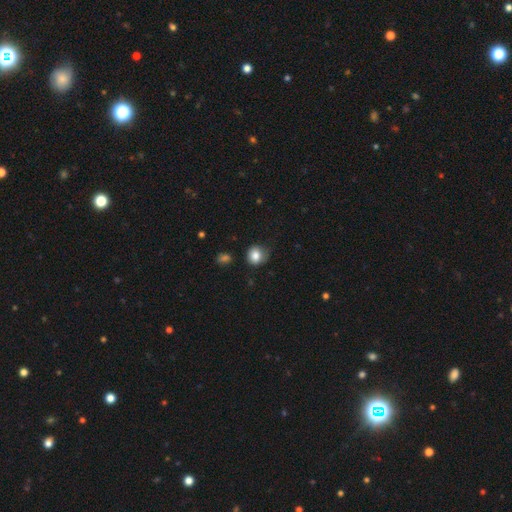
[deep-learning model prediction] Smooth or featured?
  - smooth: 83% *
  - star or artifact: 10%
  - featured or disk: 7%
How rounded?
  - round: 77% *
  - in between: 22%
  - cigar-shaped: 1%
Merging?
  - none: 65% *
  - minor disturbance: 26%
  - major disturbance: 7%
  - merger: 2%